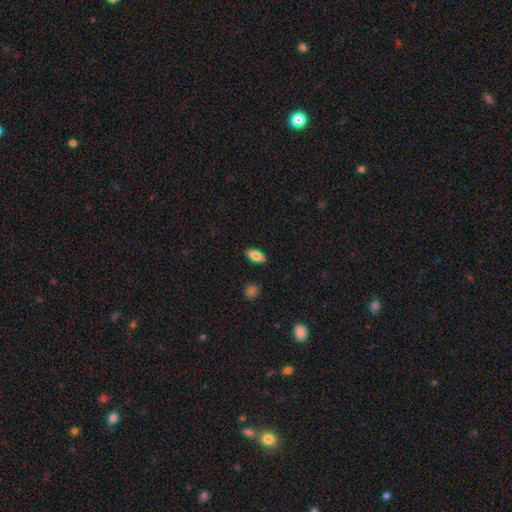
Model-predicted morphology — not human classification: A smooth galaxy with no disk features (81%) that is in between round and cigar-shaped (88%). Merging: none (90%).